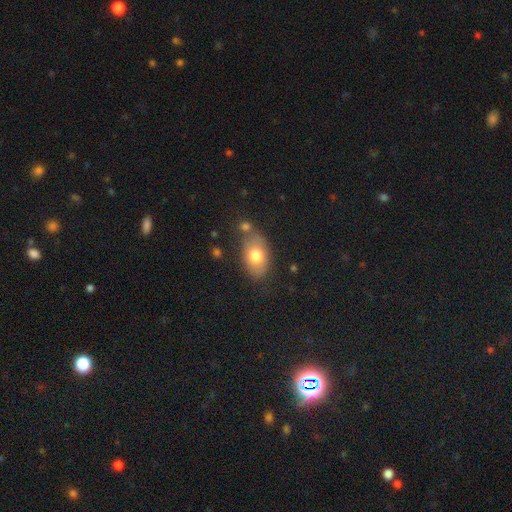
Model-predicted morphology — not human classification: Q: Smooth or featured?
A: smooth (74%); runner-up: featured or disk (18%)
Q: How rounded?
A: in between (88%); runner-up: round (10%)
Q: Merging?
A: none (65%); runner-up: minor disturbance (18%)